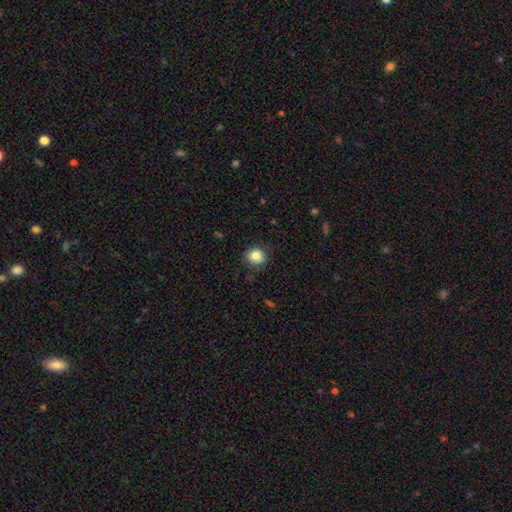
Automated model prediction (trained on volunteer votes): Overall: smooth (85%). How rounded: round (82%). Merging: none (83%).